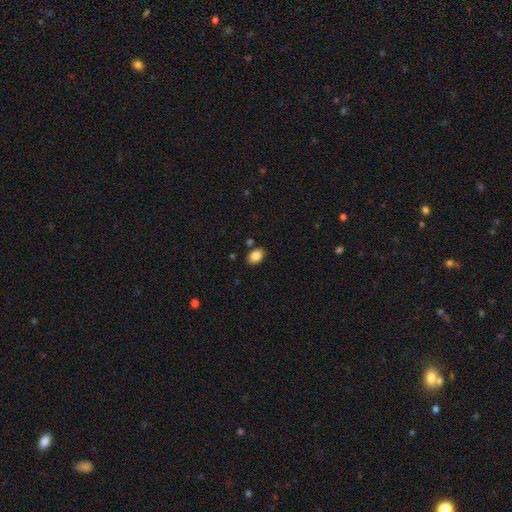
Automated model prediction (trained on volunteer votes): smooth_or_featured: smooth (p=0.85) [alt: star or artifact p=0.08]
how_rounded: in between (p=0.84) [alt: round p=0.15]
merging: none (p=0.83) [alt: minor disturbance p=0.10]